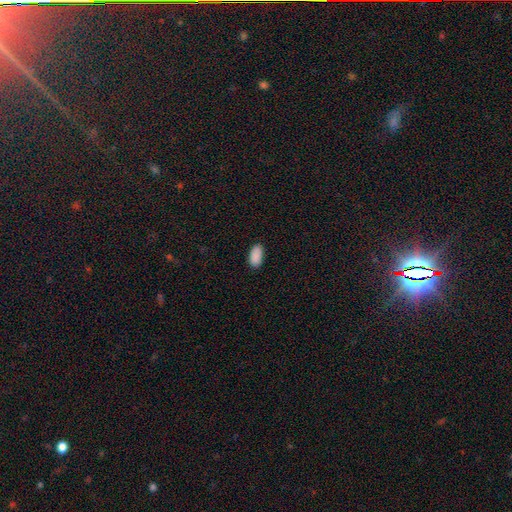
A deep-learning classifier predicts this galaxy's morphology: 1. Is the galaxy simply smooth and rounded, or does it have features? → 90% smooth, 7% star or artifact, 3% featured or disk.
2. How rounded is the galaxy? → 94% in between, 4% cigar-shaped, 3% round.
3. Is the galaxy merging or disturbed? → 87% none, 10% minor disturbance, 2% major disturbance, 1% merger.